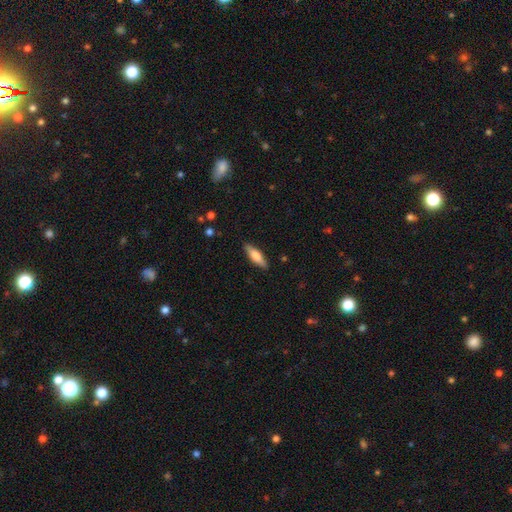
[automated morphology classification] Q: Smooth or featured?
A: smooth (66%); runner-up: featured or disk (29%)
Q: How rounded?
A: cigar-shaped (53%); runner-up: in between (45%)
Q: Merging?
A: none (88%); runner-up: minor disturbance (9%)